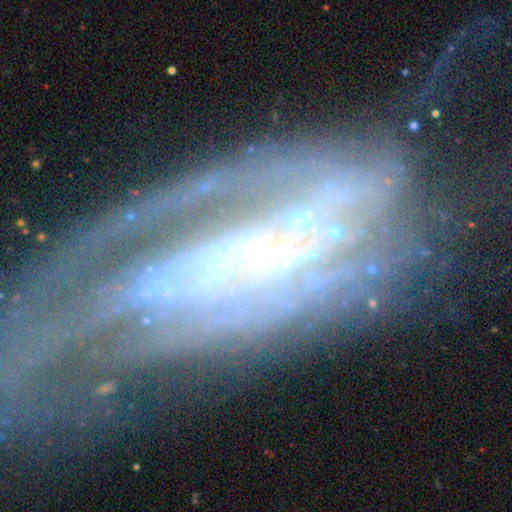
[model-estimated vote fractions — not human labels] smooth_or_featured: featured or disk (p=0.80) [alt: star or artifact p=0.10]
disk_edge_on: no (p=0.85) [alt: yes p=0.15]
bar: no (p=0.43) [alt: weak p=0.29]
has_spiral_arms: yes (p=0.71) [alt: no p=0.29]
bulge_size: small (p=0.47) [alt: moderate p=0.23]
merging: none (p=0.38) [alt: major disturbance p=0.34]